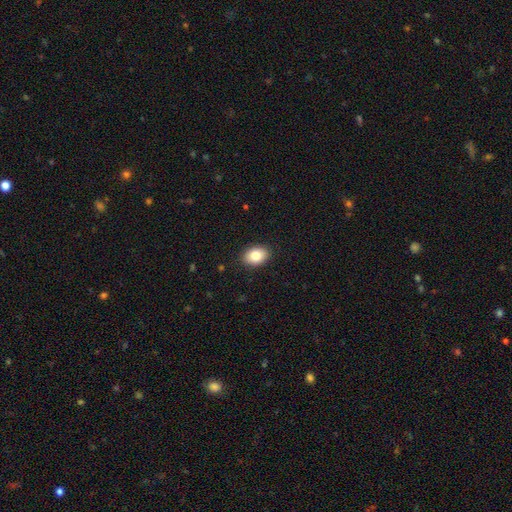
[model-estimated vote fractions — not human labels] A smooth galaxy with no disk features (83%) that is in between round and cigar-shaped (80%). Merging: none (89%).